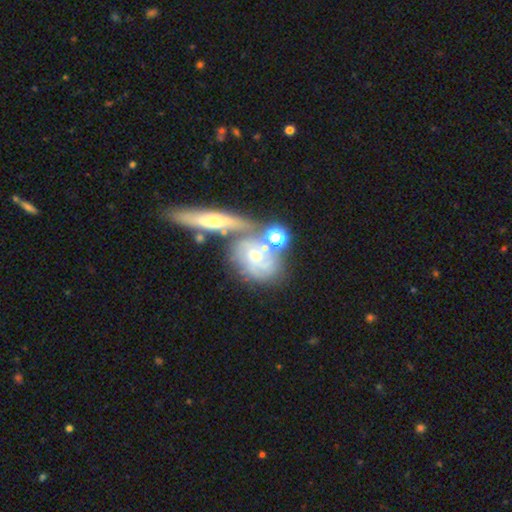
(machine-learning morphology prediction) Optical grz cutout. It shows a featured or disk galaxy (61%). Merging: none (43%).